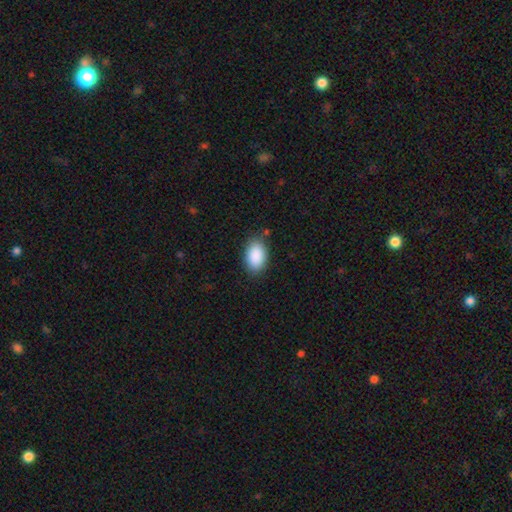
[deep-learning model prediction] Smooth or featured? smooth (90%)
How rounded? in between (91%)
Merging? none (84%)